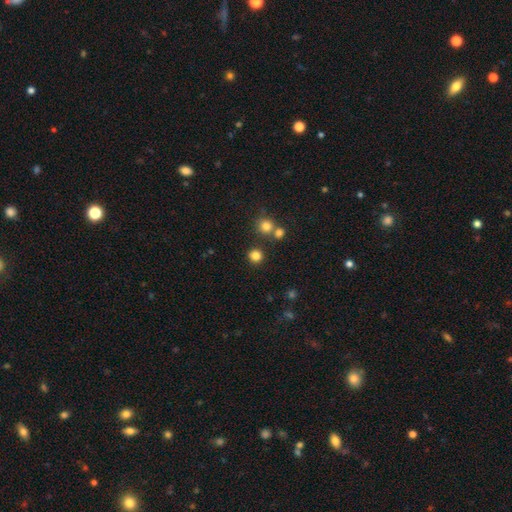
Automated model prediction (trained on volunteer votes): Morphology: type=smooth (81%); roundness=round (89%); merging=none (82%).